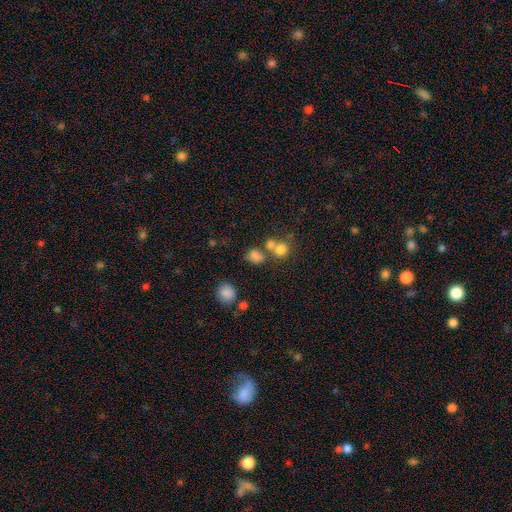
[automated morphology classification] Smooth or featured?
  - smooth: 73% *
  - star or artifact: 17%
  - featured or disk: 10%
How rounded?
  - round: 64% *
  - in between: 35%
  - cigar-shaped: 1%
Merging?
  - none: 49% *
  - merger: 36%
  - minor disturbance: 10%
  - major disturbance: 6%